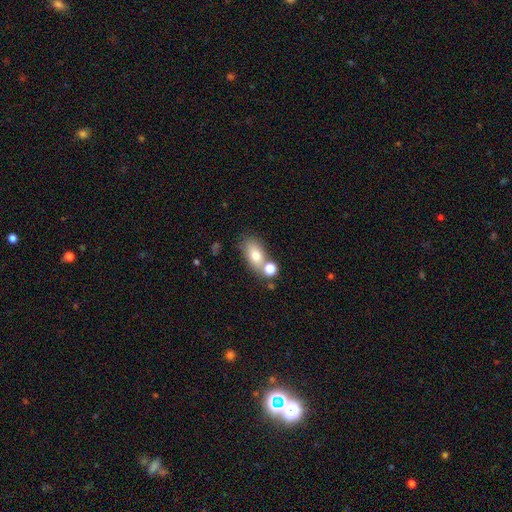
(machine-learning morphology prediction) This is likely a smooth galaxy (74%). How rounded: clearly in between (82%). Merging: possibly none (54%).